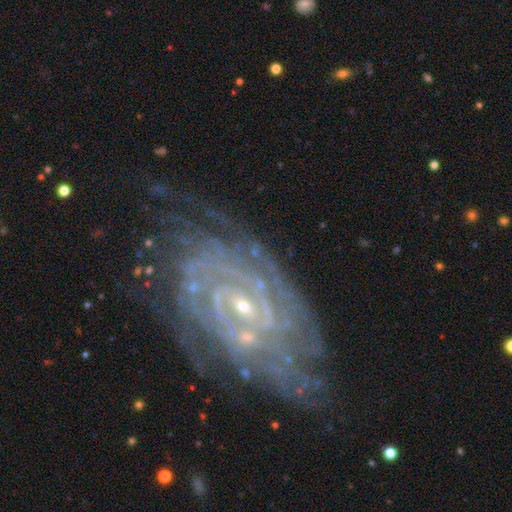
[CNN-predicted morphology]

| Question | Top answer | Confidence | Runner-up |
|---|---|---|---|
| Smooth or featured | featured or disk | 89% | star or artifact (6%) |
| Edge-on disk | no | 96% | yes (4%) |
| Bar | no | 40% | weak (38%) |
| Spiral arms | yes | 97% | no (3%) |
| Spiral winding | tight | 79% | medium (18%) |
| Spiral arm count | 2 | 27% | can't tell (26%) |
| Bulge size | small | 77% | moderate (19%) |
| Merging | none | 65% | minor disturbance (20%) |